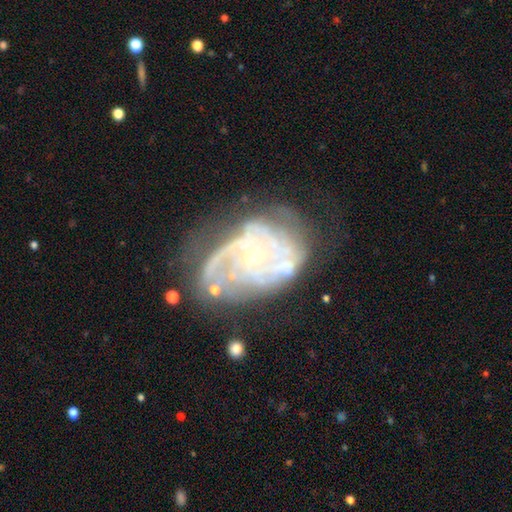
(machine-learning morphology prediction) This is clearly a featured or disk galaxy (83%). It is clearly not viewed edge-on (97%). Bar: likely no (77%). Spiral arm pattern: clearly yes (83%). Spiral arm count: marginally can't tell (39%). Spiral winding: possibly tight (47%). Central bulge: likely small (77%). Merging: marginally none (38%).